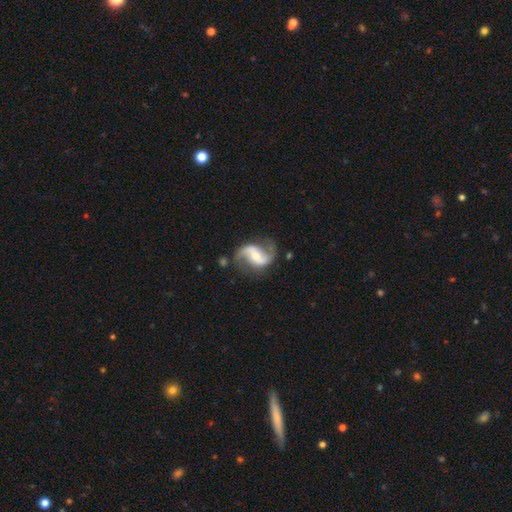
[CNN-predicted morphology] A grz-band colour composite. It shows a featured or disk galaxy (88%) with no bar (36%), 2 (93%) loose (60%) spiral arms (96%) and a moderate central bulge (47%). Merging: none (72%).